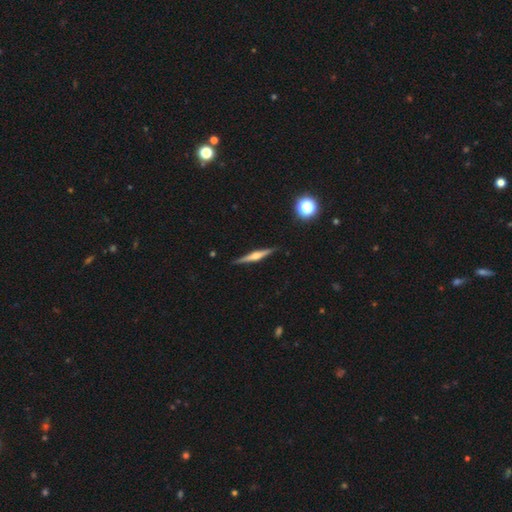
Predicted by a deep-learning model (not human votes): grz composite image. It shows a featured or disk galaxy (71%) viewed edge-on (98%) with a rounded central bulge (87%). Merging: none (90%).